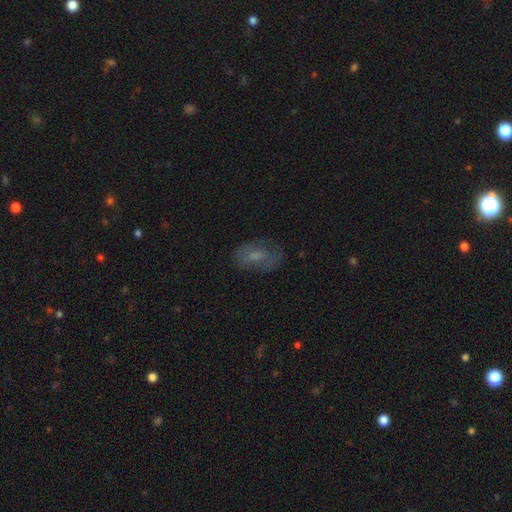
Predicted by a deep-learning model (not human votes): The model was most divided on "smooth or featured": smooth: 50%, featured or disk: 37%, star or artifact: 13%. More confident: merging — none (63%).